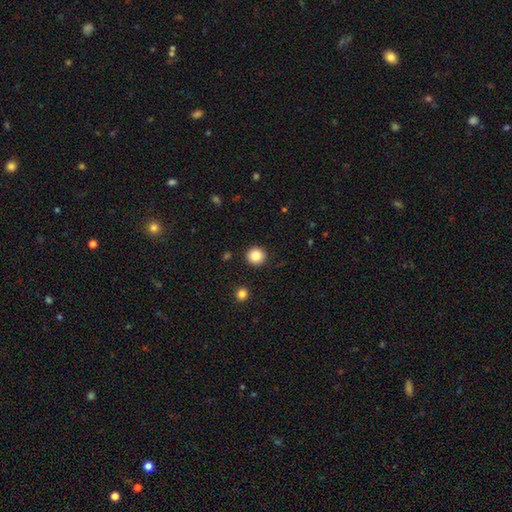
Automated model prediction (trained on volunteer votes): Smooth or featured: smooth — 85% (star or artifact — 10%)
How rounded: round — 95% (in between — 4%)
Merging: none — 92% (minor disturbance — 5%)